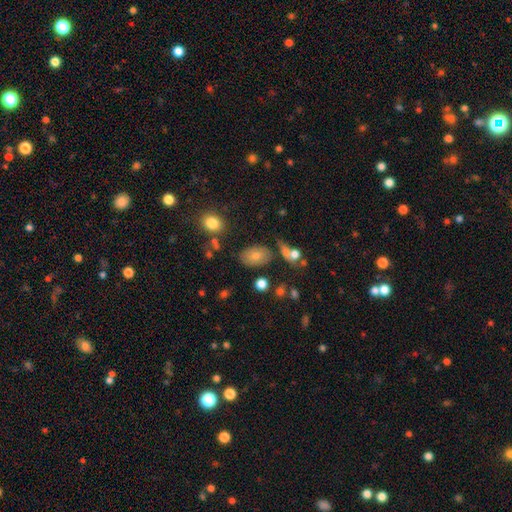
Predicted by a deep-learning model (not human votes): Overall: smooth (66%). How rounded: in between (83%). Merging: none (69%).